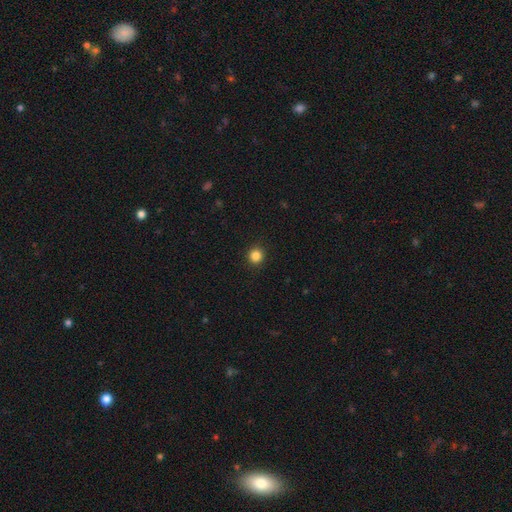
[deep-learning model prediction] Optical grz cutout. It shows a smooth galaxy with no disk features (84%) that is round (93%). Merging: none (93%).